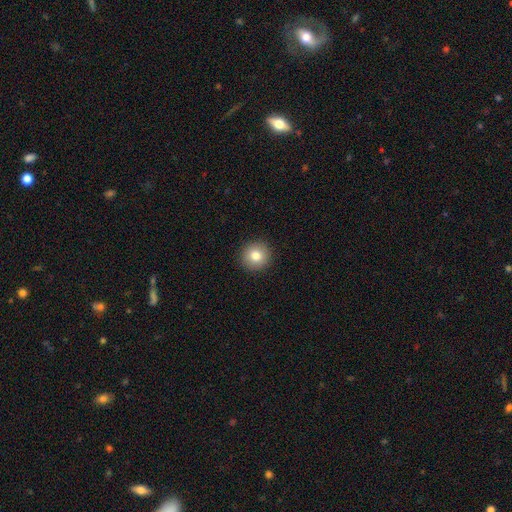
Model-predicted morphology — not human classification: smooth 81%, star or artifact 10%, featured or disk 9%. Down the decision tree: how rounded — round (95%); merging — none (93%).